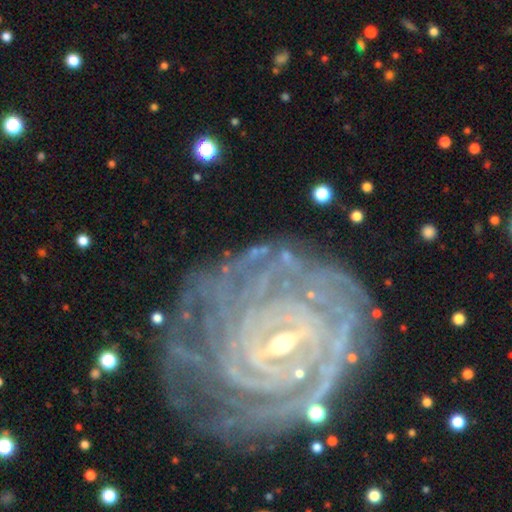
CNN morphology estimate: A featured or disk galaxy (84%) with a strong bar (48%), tight (81%) spiral arms (91%) and a moderate central bulge (47%).

Vote fractions:
- Smooth or featured? featured or disk: 84% / star or artifact: 9% / smooth: 8%
- Edge-on disk? no: 94% / yes: 6%
- Bar? strong: 48% / weak: 31% / no: 20%
- Spiral arms? yes: 91% / no: 9%
- Spiral winding? tight: 81% / medium: 15% / loose: 4%
- Spiral arm count? can't tell: 33% / more than 4: 19% / 4: 15% / 3: 13% / 2: 12% / 1: 8%
- Bulge size? moderate: 47% / small: 44% / large: 5% / none: 2% / dominant: 2%
- Merging? none: 71% / minor disturbance: 15% / major disturbance: 9% / merger: 4%